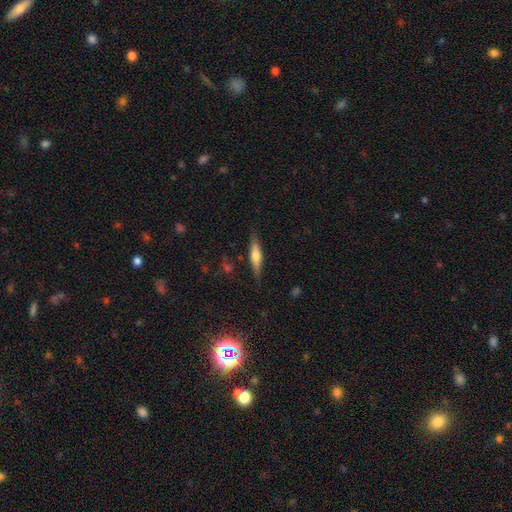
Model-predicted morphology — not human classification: Smooth or featured? Predicted: smooth (p=0.48). Merging? Predicted: none (p=0.83).